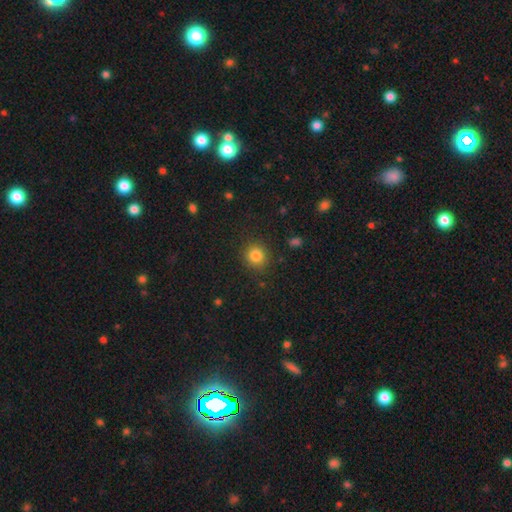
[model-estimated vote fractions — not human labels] Smooth or featured? Predicted: smooth (p=0.84). How rounded? Predicted: round (p=0.90). Merging? Predicted: none (p=0.89).